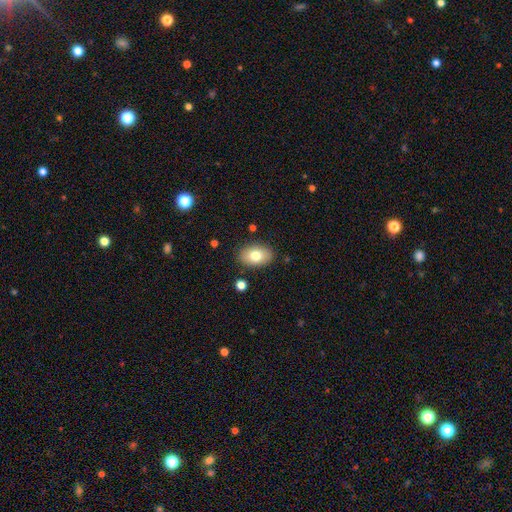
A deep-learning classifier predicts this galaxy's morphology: smooth 77%, featured or disk 15%, star or artifact 8%. Down the decision tree: how rounded — in between (88%); merging — none (86%).